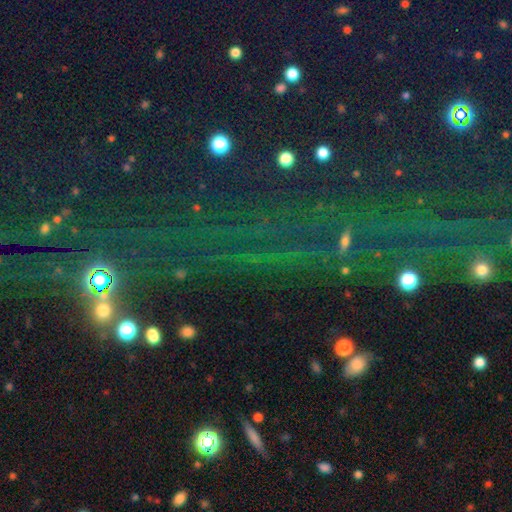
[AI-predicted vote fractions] This is likely a star or artifact rather than a galaxy (73%).